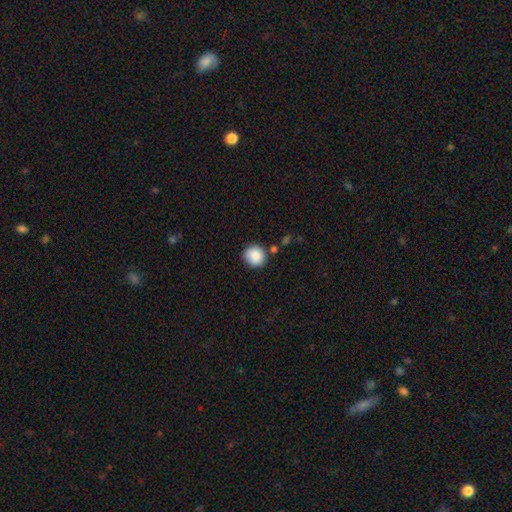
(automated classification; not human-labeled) A smooth galaxy with no disk features (88%) that is round (88%). Merging: none (81%).